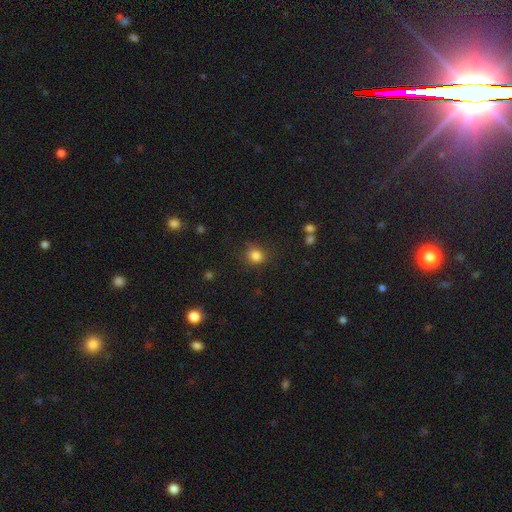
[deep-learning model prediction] This appears to be a smooth galaxy with no disk features (83%) that is round (82%). Merging: none (80%).